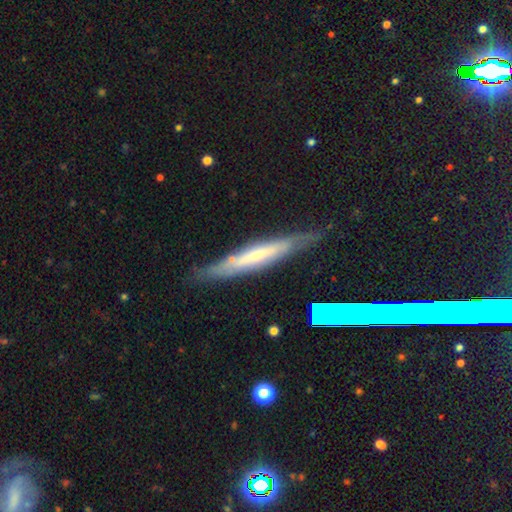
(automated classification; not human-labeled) smooth-or-featured: featured or disk: 57% | smooth: 36% | star or artifact: 7%
  disk-edge-on: yes: 83% | no: 17%
  merging: none: 72% | minor disturbance: 20% | major disturbance: 5% | merger: 3%